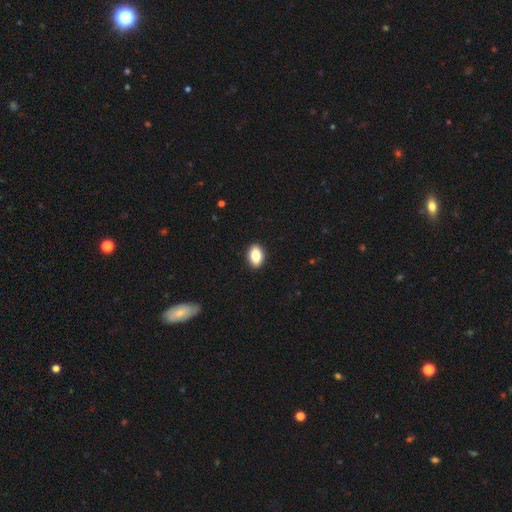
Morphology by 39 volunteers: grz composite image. It shows a smooth galaxy with no disk features (74%) that is in between round and cigar-shaped (79%). Merging: none (92%).